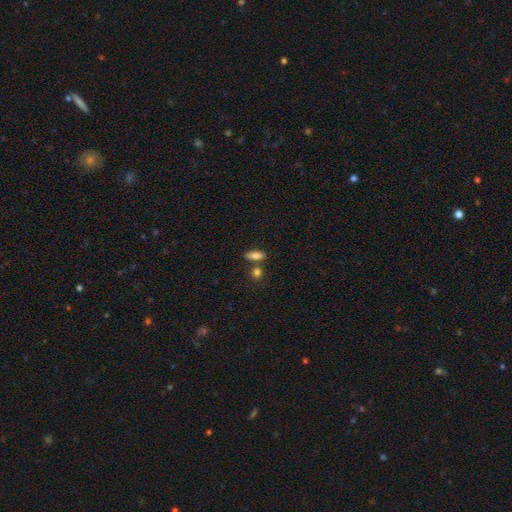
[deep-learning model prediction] The model was most divided on "how rounded": in between: 62%, cigar-shaped: 31%, round: 7%. More confident: smooth or featured — smooth (79%); merging — none (65%).